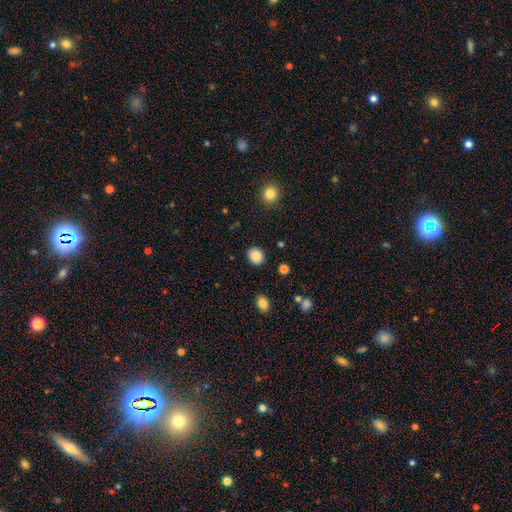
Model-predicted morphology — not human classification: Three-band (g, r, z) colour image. It shows a smooth galaxy with no disk features (85%) that is round (71%). Merging: none (89%).